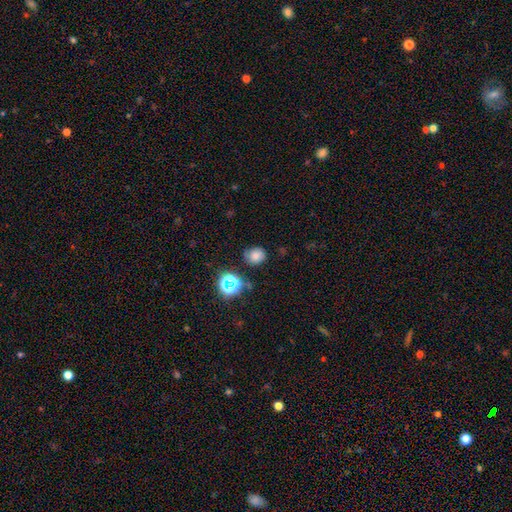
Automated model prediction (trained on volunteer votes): Smooth or featured? Predicted: smooth (p=0.73). How rounded? Predicted: round (p=0.75). Merging? Predicted: none (p=0.74).